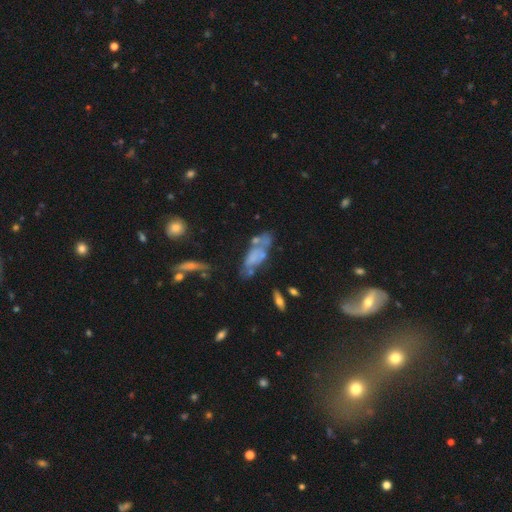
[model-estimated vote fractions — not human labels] Q: Smooth or featured?
A: featured or disk (45%); runner-up: smooth (42%)
Q: Merging?
A: none (39%); runner-up: minor disturbance (23%)